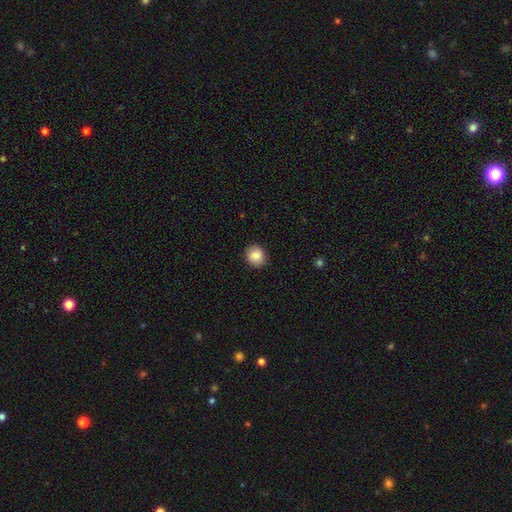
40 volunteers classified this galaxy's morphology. Smooth or featured? smooth (85%)
How rounded? round (62%)
Merging? none (89%)